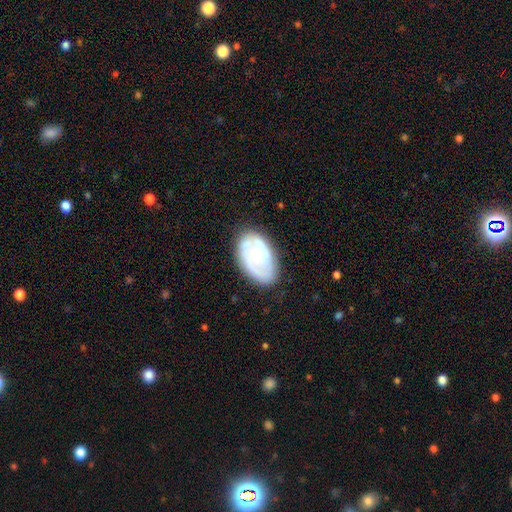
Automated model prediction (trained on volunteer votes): Smooth or featured: featured or disk — 63% (smooth — 31%)
Edge-on disk: no — 96% (yes — 4%)
Bar: no — 72% (weak — 22%)
Spiral arms: yes — 65% (no — 35%)
Bulge size: small — 55% (moderate — 30%)
Merging: none — 70% (minor disturbance — 21%)